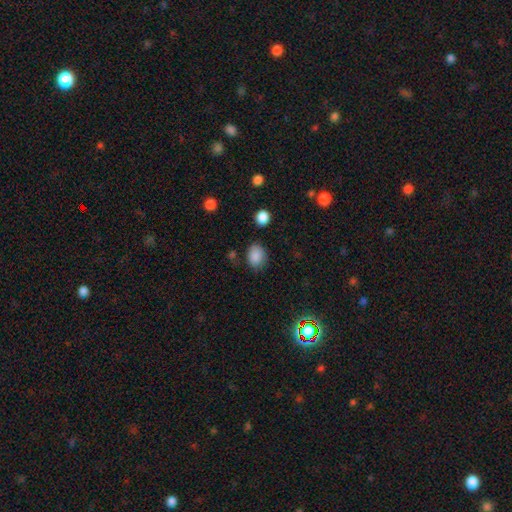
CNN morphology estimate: A smooth galaxy with no disk features (86%) that is in between round and cigar-shaped (63%).

Vote fractions:
- Smooth or featured? smooth: 86% / star or artifact: 9% / featured or disk: 5%
- How rounded? in between: 63% / round: 36% / cigar-shaped: 1%
- Merging? none: 71% / minor disturbance: 21% / major disturbance: 5% / merger: 3%